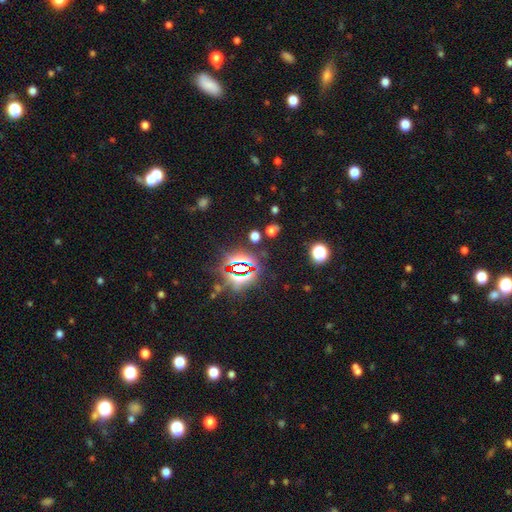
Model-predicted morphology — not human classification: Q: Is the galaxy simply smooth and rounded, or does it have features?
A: star or artifact — 81%.